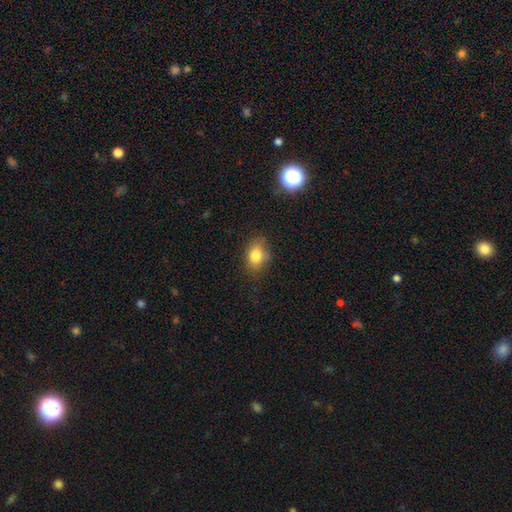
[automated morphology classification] This appears to be a smooth galaxy with no disk features (80%) that is in between round and cigar-shaped (70%). Merging: none (72%).